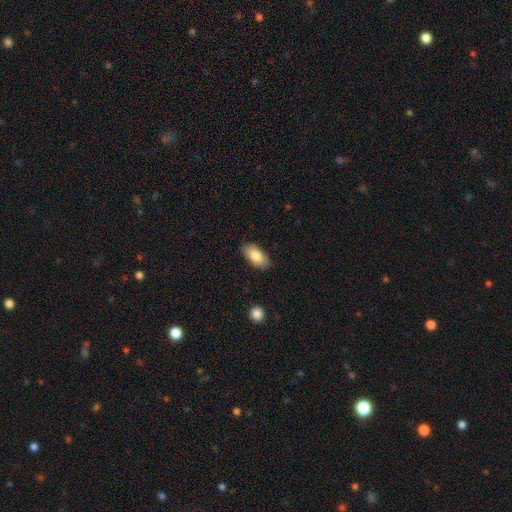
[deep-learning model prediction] The model was most divided on "smooth or featured": smooth: 82%, featured or disk: 12%, star or artifact: 6%. More confident: how rounded — in between (93%); merging — none (85%).